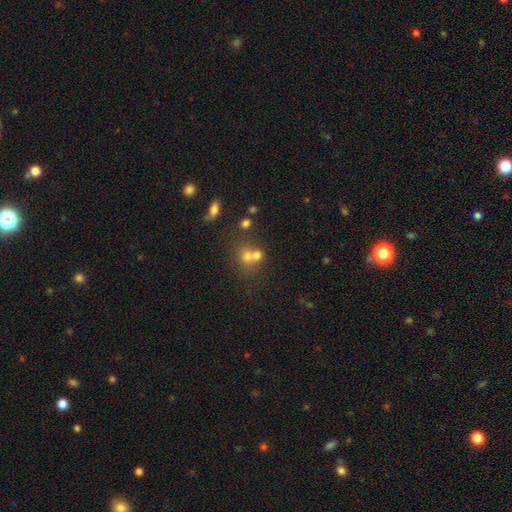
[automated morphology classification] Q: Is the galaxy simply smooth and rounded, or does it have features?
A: smooth — 66%.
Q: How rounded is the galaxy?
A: round — 75%.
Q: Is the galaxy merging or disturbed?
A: merger — 52%.